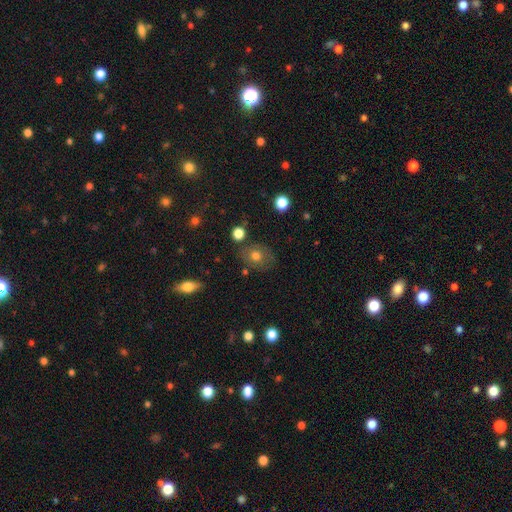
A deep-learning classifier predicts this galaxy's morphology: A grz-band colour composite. It shows a smooth galaxy with no disk features (68%) that is round (61%). Merging: none (74%).